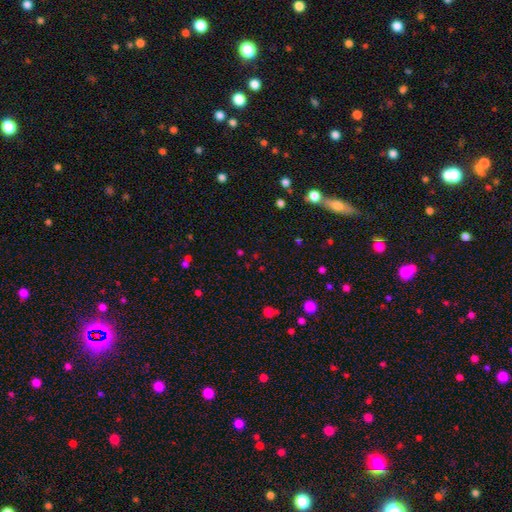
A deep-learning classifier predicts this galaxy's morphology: A star or artifact, not a galaxy (57%).

Vote fractions:
- Smooth or featured? star or artifact: 57% / smooth: 36% / featured or disk: 7%